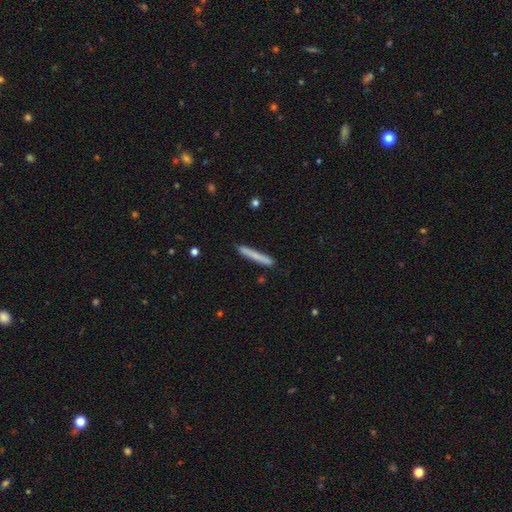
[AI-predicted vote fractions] A smooth galaxy with no disk features (73%) that is cigar-shaped (96%). Merging: none (87%).